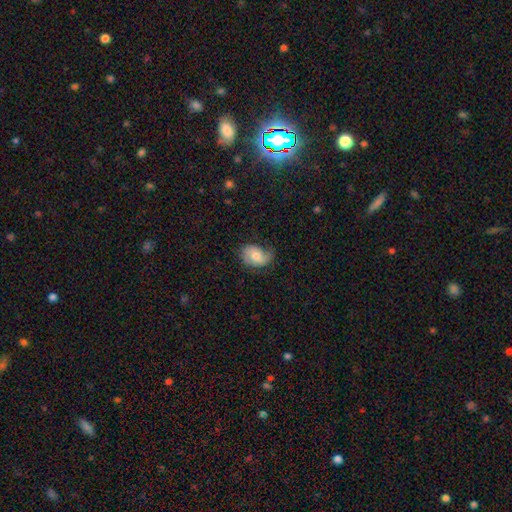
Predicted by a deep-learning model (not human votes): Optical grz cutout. It shows a smooth galaxy with no disk features (49%). Merging: none (54%).